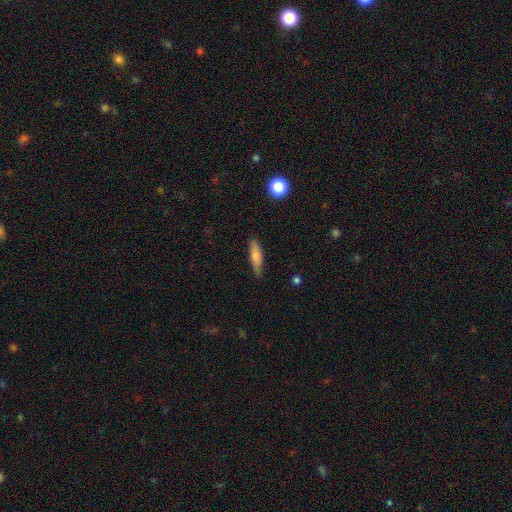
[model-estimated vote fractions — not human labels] The model was most divided on "how rounded": cigar-shaped: 62%, in between: 35%, round: 2%. More confident: smooth or featured — smooth (76%); merging — none (76%).